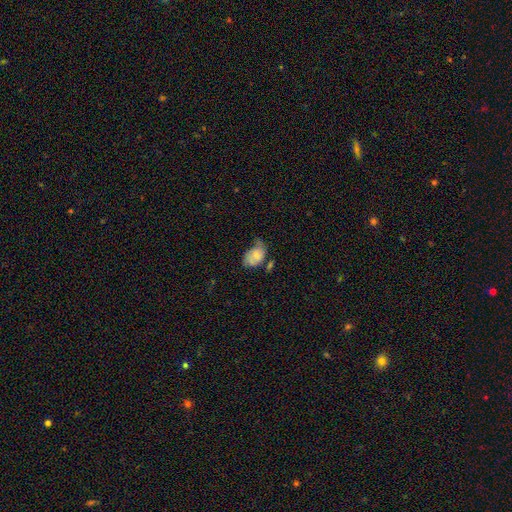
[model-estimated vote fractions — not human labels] Overall: smooth (61%; featured or disk 31%). How rounded: in between (82%). Merging: minor disturbance (39%; none 32%).